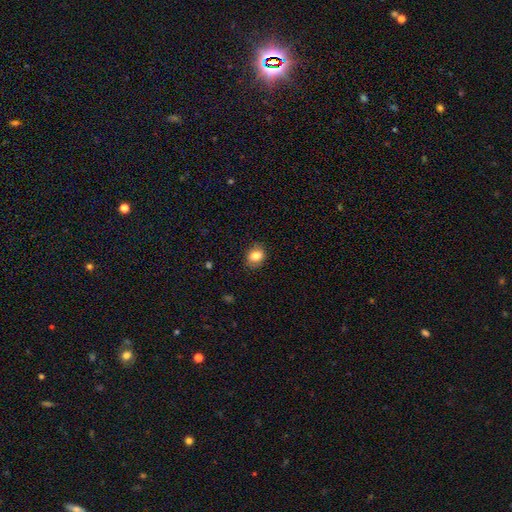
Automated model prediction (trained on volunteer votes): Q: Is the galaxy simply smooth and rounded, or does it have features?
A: smooth — 82%.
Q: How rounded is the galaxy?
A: in between — 53%.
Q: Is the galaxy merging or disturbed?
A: none — 82%.